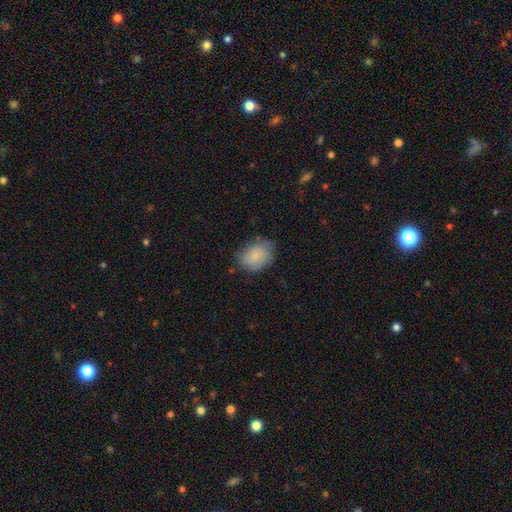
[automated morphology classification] The model was most divided on "how rounded": in between: 59%, round: 40%, cigar-shaped: 1%. More confident: smooth or featured — smooth (78%); merging — none (68%).